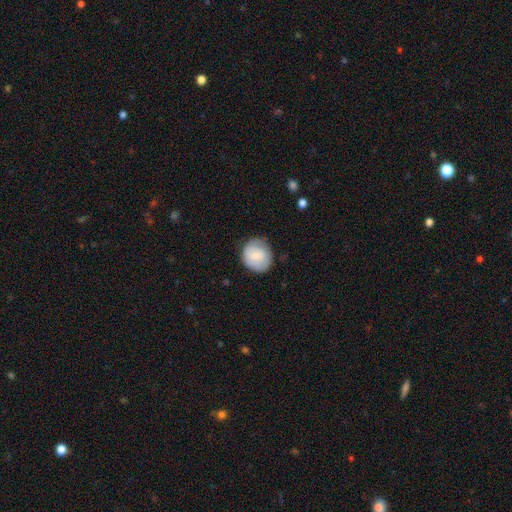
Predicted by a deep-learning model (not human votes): Morphology: type=smooth (73%); roundness=round (81%); merging=none (75%).